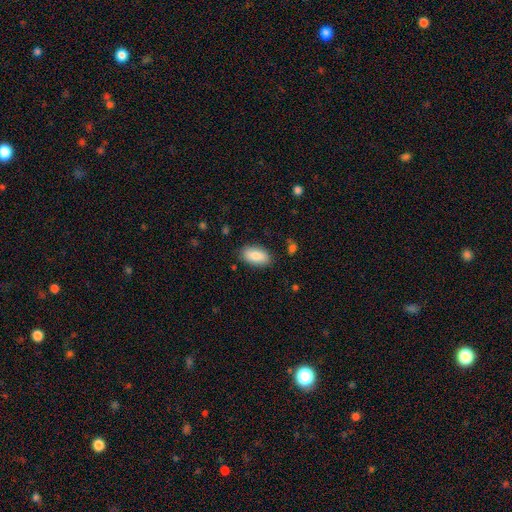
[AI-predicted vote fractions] Smooth or featured? Predicted: smooth (p=0.85). How rounded? Predicted: in between (p=0.93). Merging? Predicted: none (p=0.85).